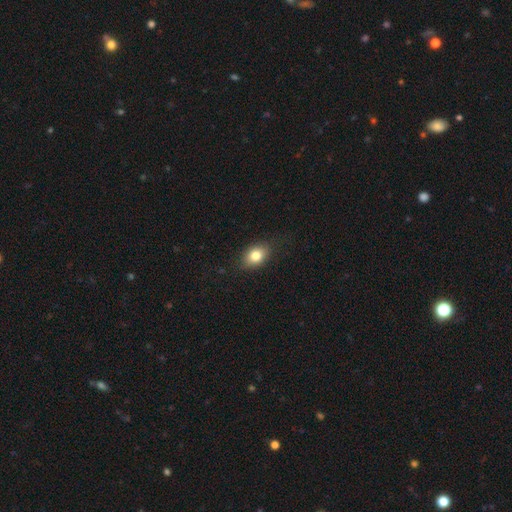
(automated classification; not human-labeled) smooth_or_featured: smooth (p=0.81) [alt: featured or disk p=0.10]
how_rounded: in between (p=0.76) [alt: round p=0.22]
merging: none (p=0.82) [alt: minor disturbance p=0.13]